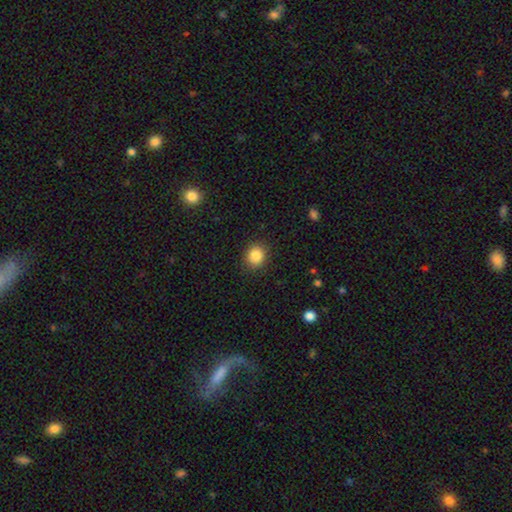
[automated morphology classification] Smooth or featured? Predicted: smooth (p=0.86). How rounded? Predicted: round (p=0.76). Merging? Predicted: none (p=0.89).